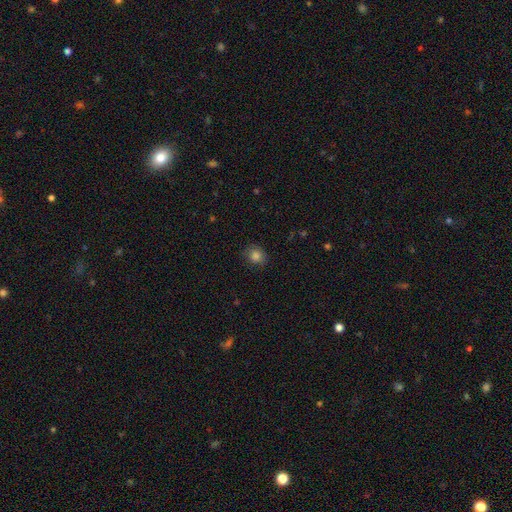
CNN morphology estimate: smooth 83%, star or artifact 11%, featured or disk 5%. Down the decision tree: how rounded — round (75%); merging — none (82%).